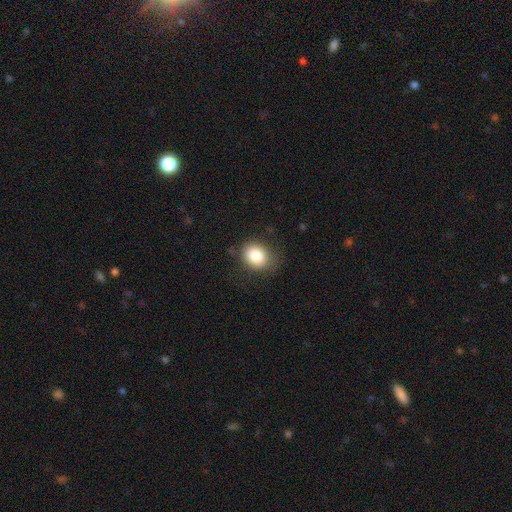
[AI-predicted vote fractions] Overall: smooth (85%). How rounded: round (50%; in between 49%). Merging: none (76%).